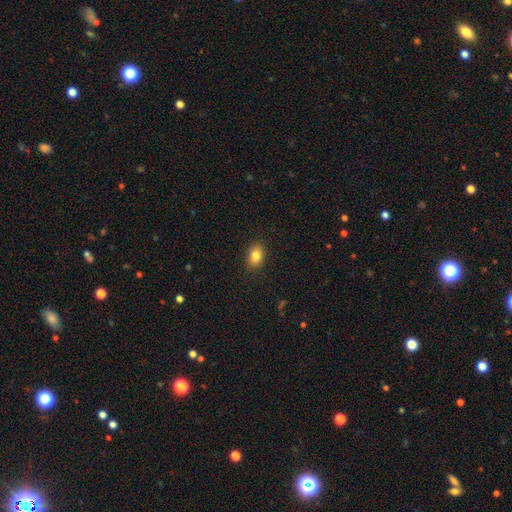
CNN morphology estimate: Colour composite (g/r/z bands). It shows a smooth galaxy with no disk features (84%) that is in between round and cigar-shaped (80%). Merging: none (88%).